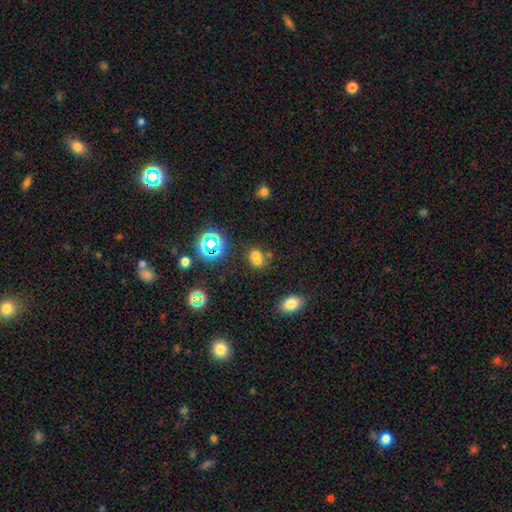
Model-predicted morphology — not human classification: This appears to be a smooth galaxy with no disk features (61%) that is round (55%). Merging: merger (46%).